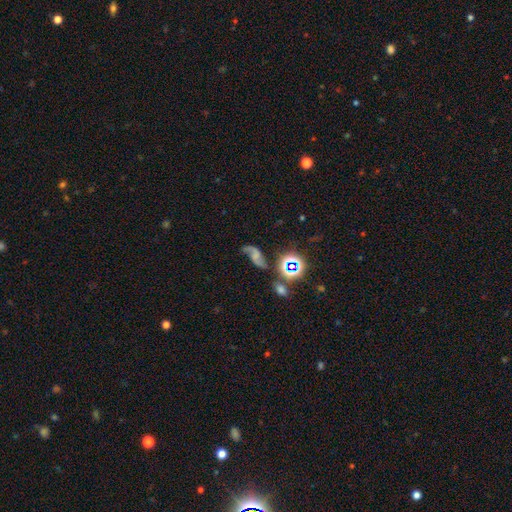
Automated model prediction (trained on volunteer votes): Q: Smooth or featured?
A: featured or disk (60%); runner-up: smooth (22%)
Q: Edge-on disk?
A: no (96%); runner-up: yes (4%)
Q: Bar?
A: no (51%); runner-up: weak (35%)
Q: Spiral arms?
A: yes (92%); runner-up: no (8%)
Q: Spiral winding?
A: loose (76%); runner-up: medium (19%)
Q: Spiral arm count?
A: 2 (88%); runner-up: 1 (7%)
Q: Bulge size?
A: none (53%); runner-up: small (22%)
Q: Merging?
A: none (56%); runner-up: minor disturbance (22%)